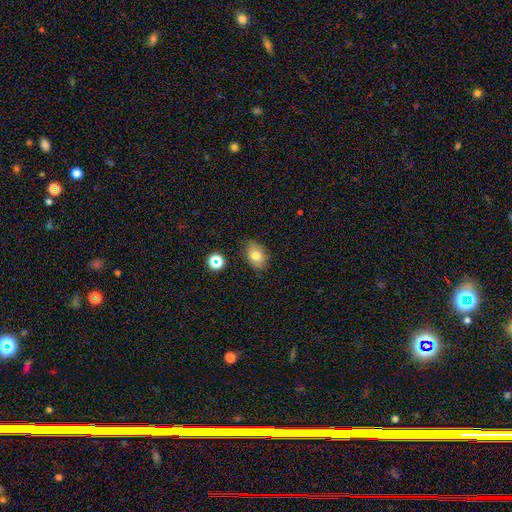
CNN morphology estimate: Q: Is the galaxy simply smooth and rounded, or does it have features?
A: smooth — 76%.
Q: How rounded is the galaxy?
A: in between — 73%.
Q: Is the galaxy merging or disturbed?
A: none — 82%.